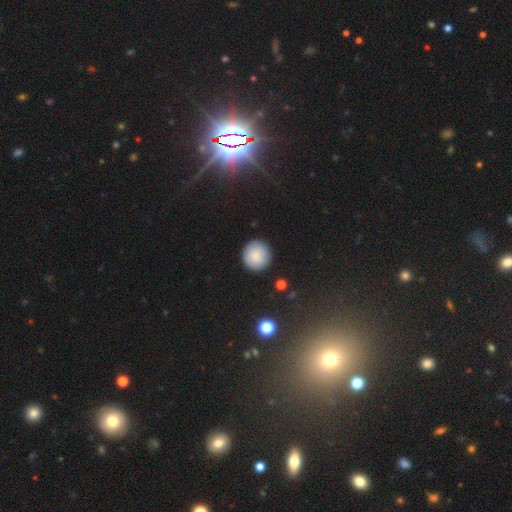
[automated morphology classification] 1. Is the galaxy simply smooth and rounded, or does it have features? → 88% smooth, 7% star or artifact, 5% featured or disk.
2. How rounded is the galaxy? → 95% round, 4% in between, 1% cigar-shaped.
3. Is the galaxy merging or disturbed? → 91% none, 6% minor disturbance, 2% major disturbance, 1% merger.